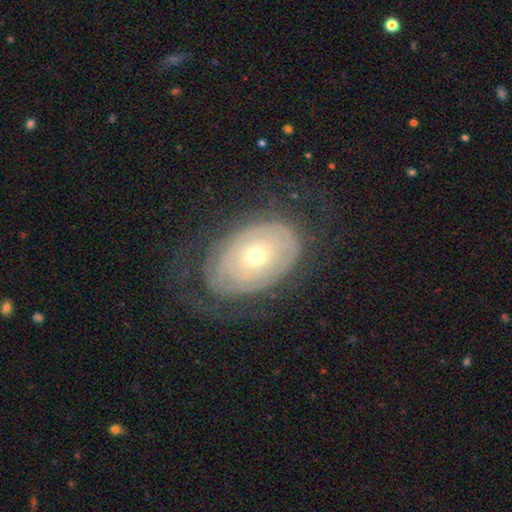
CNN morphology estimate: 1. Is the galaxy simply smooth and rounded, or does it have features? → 71% featured or disk, 22% smooth, 7% star or artifact.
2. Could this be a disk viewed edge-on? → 94% no, 6% yes.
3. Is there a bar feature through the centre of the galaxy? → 80% no, 15% weak, 5% strong.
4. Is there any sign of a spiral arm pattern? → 64% yes, 36% no.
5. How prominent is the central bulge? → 50% small, 44% moderate, 3% large, 1% dominant, 1% none.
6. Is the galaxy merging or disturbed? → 64% none, 18% minor disturbance, 17% major disturbance, 1% merger.